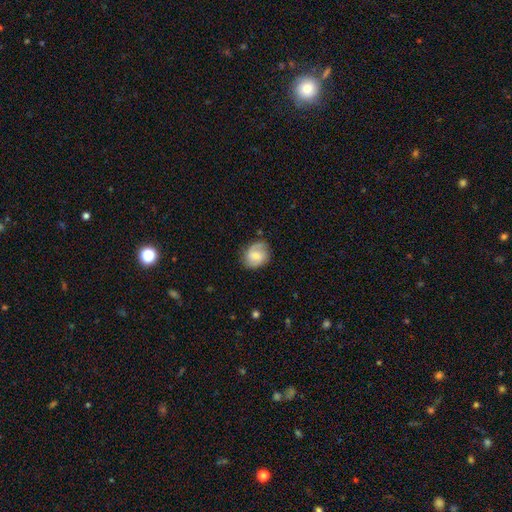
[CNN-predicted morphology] This is possibly a featured or disk galaxy (54%). It is clearly not viewed edge-on (97%). Bar: possibly weak (48%). Spiral arm pattern: clearly yes (87%). Central bulge: possibly moderate (50%). Merging: likely none (76%).